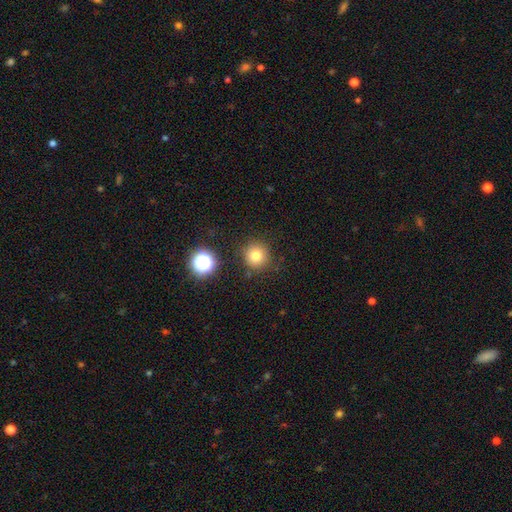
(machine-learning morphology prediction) type=smooth (78%); roundness=round (95%); merging=none (86%).